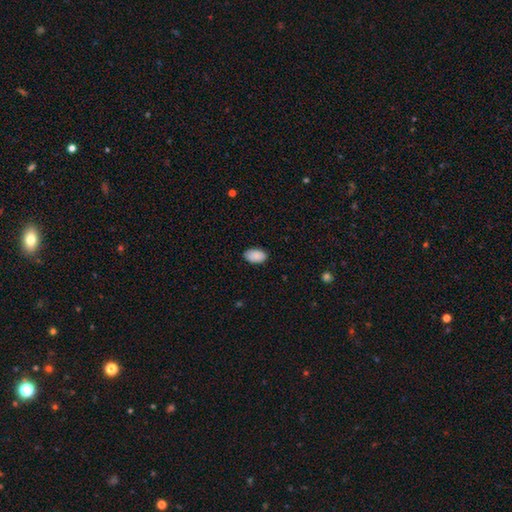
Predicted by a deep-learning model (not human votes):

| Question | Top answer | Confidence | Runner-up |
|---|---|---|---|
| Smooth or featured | smooth | 89% | star or artifact (7%) |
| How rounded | in between | 93% | round (5%) |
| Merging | none | 85% | minor disturbance (12%) |